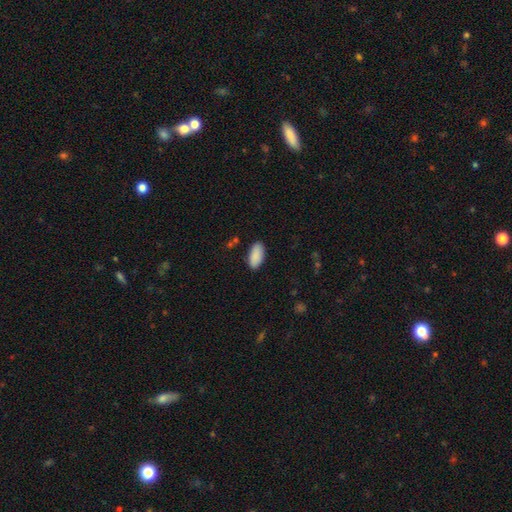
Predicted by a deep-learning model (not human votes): Smooth or featured? smooth (90%)
How rounded? in between (94%)
Merging? none (86%)